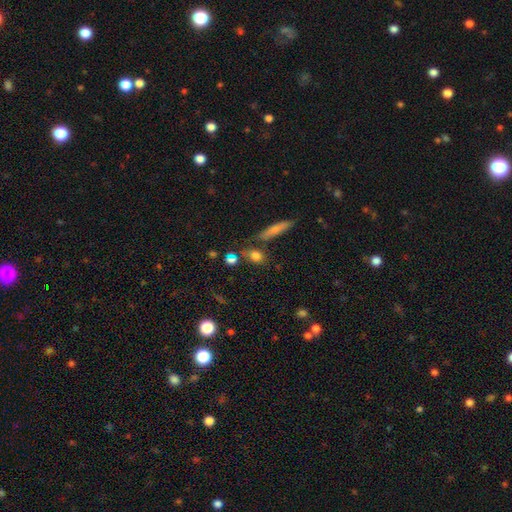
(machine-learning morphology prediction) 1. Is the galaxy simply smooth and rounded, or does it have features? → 78% smooth, 11% star or artifact, 10% featured or disk.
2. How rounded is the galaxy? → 46% in between, 41% round, 12% cigar-shaped.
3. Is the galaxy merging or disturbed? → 67% none, 14% merger, 14% minor disturbance, 5% major disturbance.